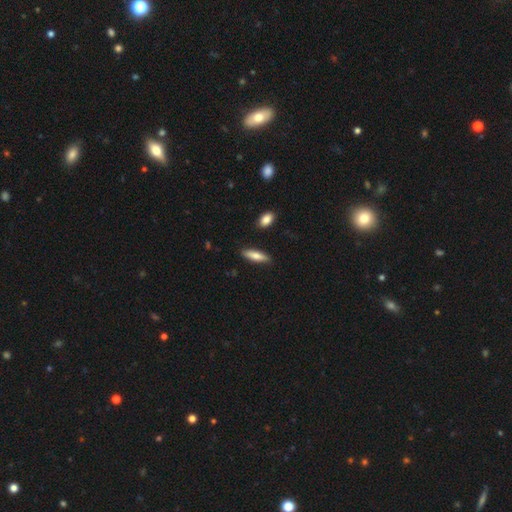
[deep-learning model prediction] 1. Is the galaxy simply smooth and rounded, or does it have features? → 75% smooth, 20% featured or disk, 6% star or artifact.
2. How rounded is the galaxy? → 63% cigar-shaped, 35% in between, 2% round.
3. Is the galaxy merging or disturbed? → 87% none, 10% minor disturbance, 2% merger, 2% major disturbance.